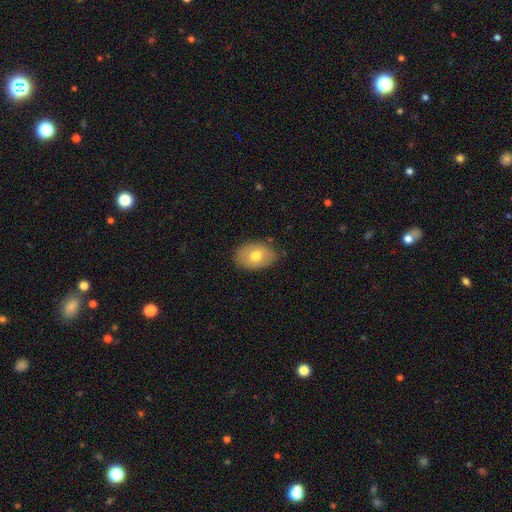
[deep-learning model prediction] This appears to be a smooth galaxy with no disk features (66%) that is in between round and cigar-shaped (82%). Merging: none (79%).